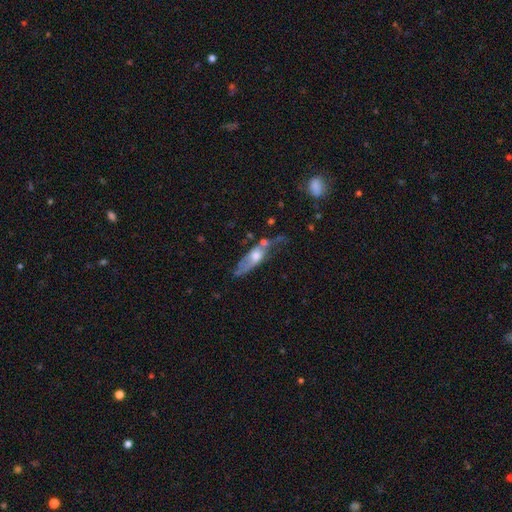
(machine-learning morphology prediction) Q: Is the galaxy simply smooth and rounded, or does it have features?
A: featured or disk — 52%.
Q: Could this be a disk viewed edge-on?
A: no — 60%.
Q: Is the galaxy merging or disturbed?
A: none — 33%.